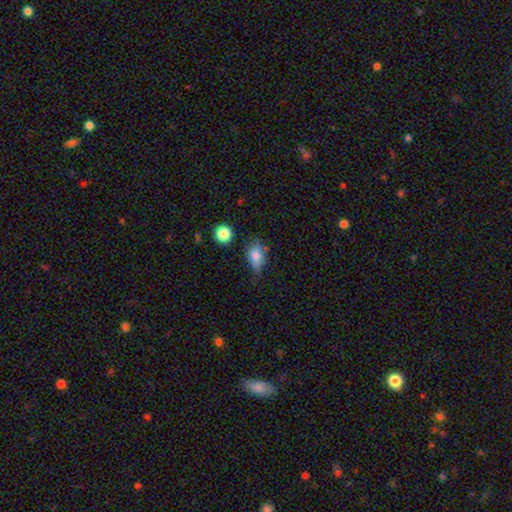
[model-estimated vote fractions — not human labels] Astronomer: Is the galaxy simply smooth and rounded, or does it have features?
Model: smooth — 76%.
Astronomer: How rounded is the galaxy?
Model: in between — 78%.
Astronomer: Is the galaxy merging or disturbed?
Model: none — 50% (runner-up: minor disturbance, 35%).